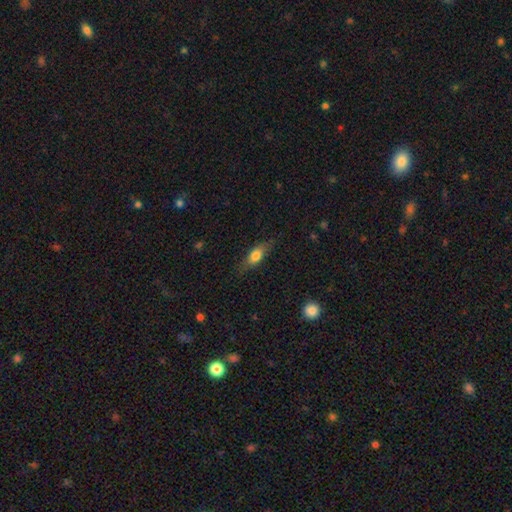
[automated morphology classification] Smooth or featured? Predicted: smooth (p=0.69). How rounded? Predicted: in between (p=0.62). Merging? Predicted: none (p=0.76).